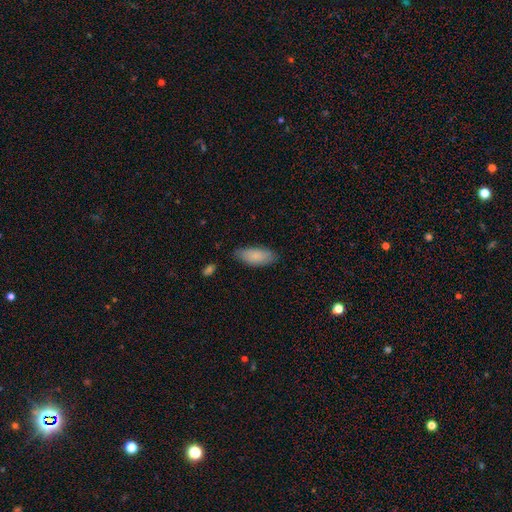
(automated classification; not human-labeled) Overall: smooth (85%). How rounded: in between (85%). Merging: none (78%).